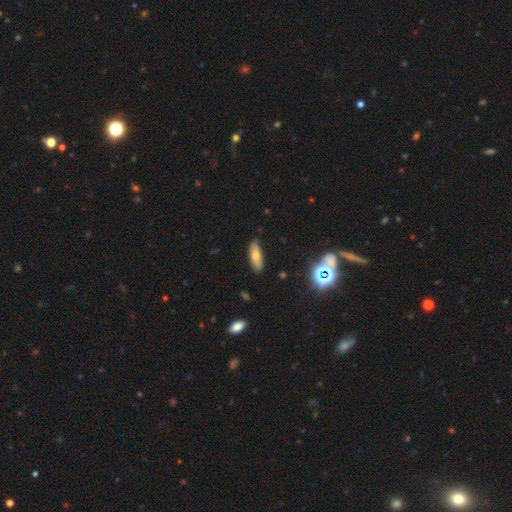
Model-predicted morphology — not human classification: Smooth or featured? smooth (64%)
How rounded? in between (57%)
Merging? none (85%)